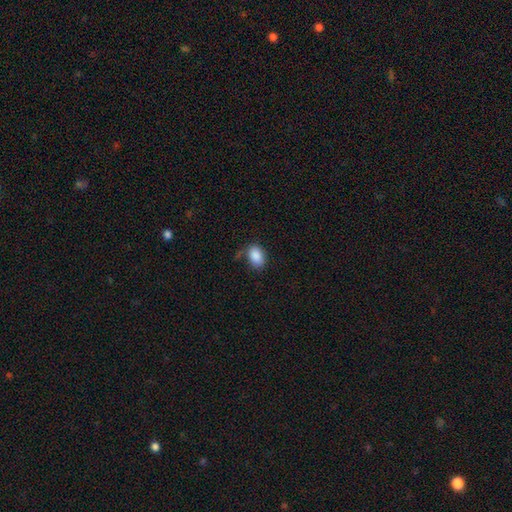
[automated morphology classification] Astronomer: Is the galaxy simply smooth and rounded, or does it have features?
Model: smooth — 88%.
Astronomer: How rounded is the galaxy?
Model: in between — 83%.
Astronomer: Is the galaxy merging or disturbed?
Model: none — 69%.